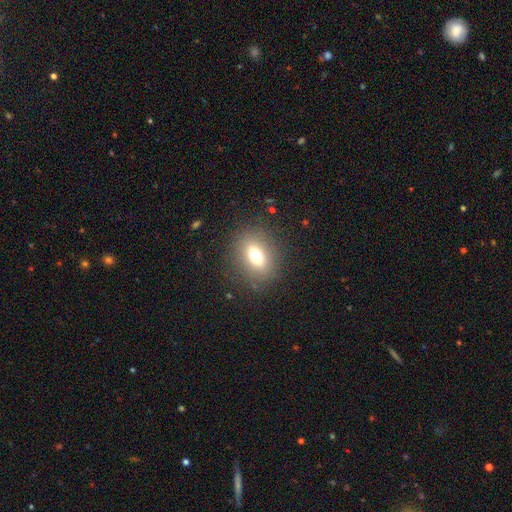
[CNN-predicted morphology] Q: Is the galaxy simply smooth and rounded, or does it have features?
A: smooth — 69%.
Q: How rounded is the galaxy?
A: in between — 64%.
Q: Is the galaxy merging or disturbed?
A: none — 85%.